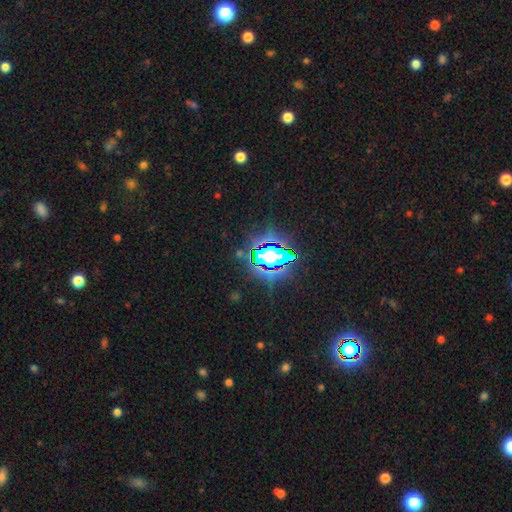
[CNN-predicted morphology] Smooth or featured?
  - star or artifact: 82% *
  - smooth: 11%
  - featured or disk: 7%